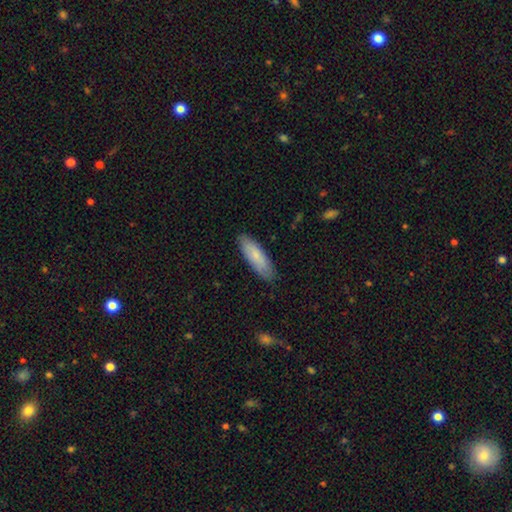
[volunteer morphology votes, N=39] This is likely a smooth galaxy (77%). How rounded: likely cigar-shaped (63%). Merging: likely none (76%).